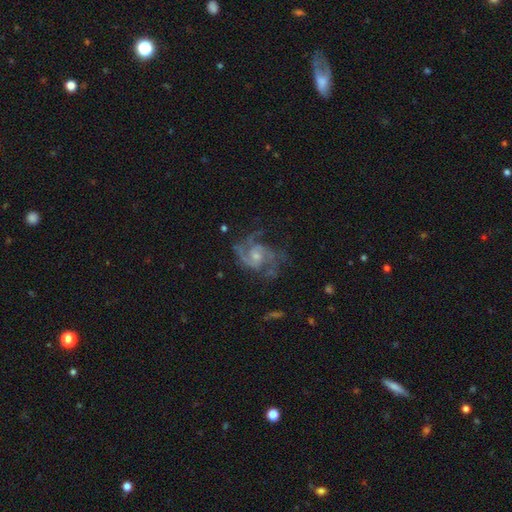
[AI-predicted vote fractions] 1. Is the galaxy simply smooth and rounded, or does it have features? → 86% featured or disk, 7% star or artifact, 7% smooth.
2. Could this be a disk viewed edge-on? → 98% no, 2% yes.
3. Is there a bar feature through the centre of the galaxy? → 65% no, 30% weak, 5% strong.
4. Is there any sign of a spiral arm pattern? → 96% yes, 4% no.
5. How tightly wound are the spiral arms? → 53% medium, 28% tight, 19% loose.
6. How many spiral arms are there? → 39% 2, 30% 3, 14% can't tell, 7% 4, 5% 1, 5% more than 4.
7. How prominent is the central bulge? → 58% small, 34% moderate, 5% none, 2% large, 1% dominant.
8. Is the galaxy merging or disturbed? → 59% none, 20% minor disturbance, 19% major disturbance, 2% merger.